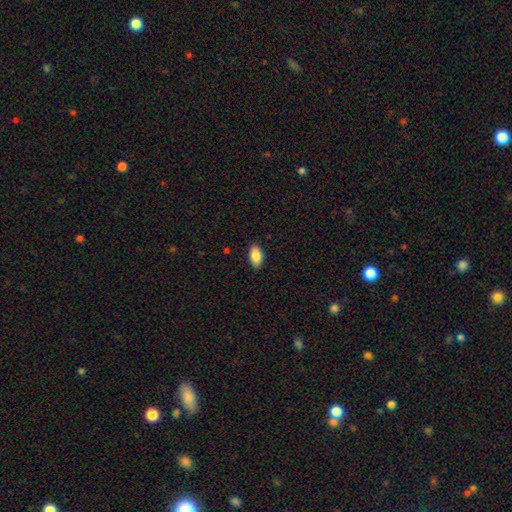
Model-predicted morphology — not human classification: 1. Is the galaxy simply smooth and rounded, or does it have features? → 88% smooth, 7% star or artifact, 5% featured or disk.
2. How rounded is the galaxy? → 94% in between, 3% cigar-shaped, 3% round.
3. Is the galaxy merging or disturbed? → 89% none, 8% minor disturbance, 2% major disturbance, 1% merger.